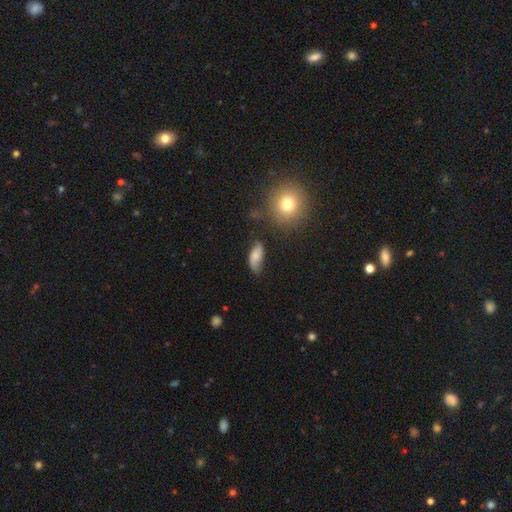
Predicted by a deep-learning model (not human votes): Smooth or featured: smooth — 59% (featured or disk — 32%)
How rounded: in between — 81% (cigar-shaped — 13%)
Merging: none — 55% (minor disturbance — 30%)